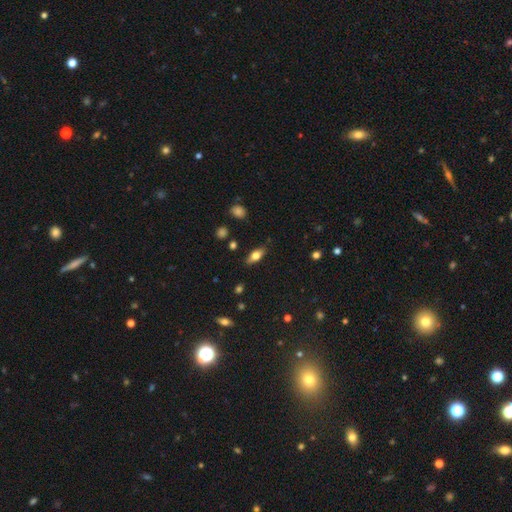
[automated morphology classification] Smooth or featured? Predicted: smooth (p=0.62). How rounded? Predicted: in between (p=0.78). Merging? Predicted: none (p=0.83).